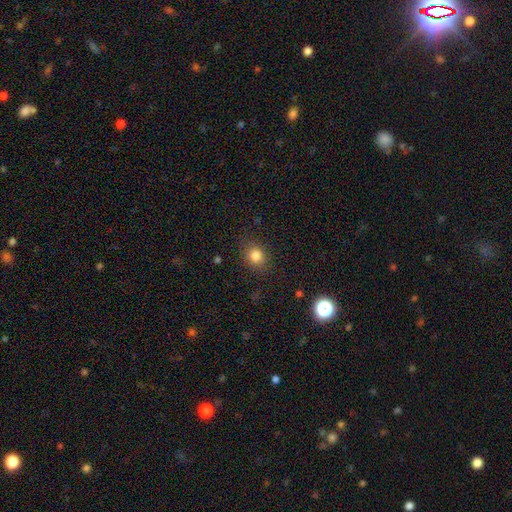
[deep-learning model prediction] A smooth galaxy with no disk features (82%) that is round (68%). Merging: none (83%).